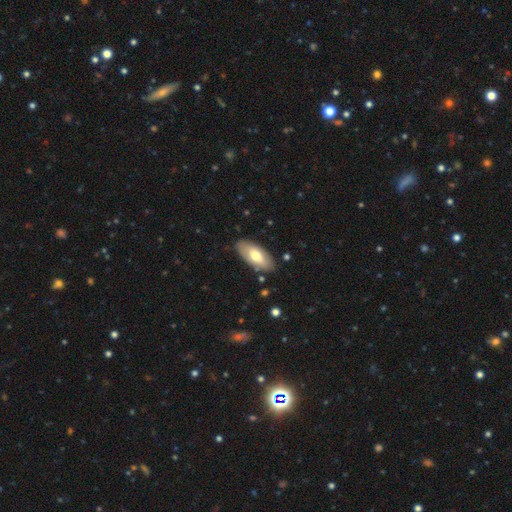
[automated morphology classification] Q: Smooth or featured?
A: smooth (66%); runner-up: featured or disk (29%)
Q: How rounded?
A: in between (90%); runner-up: cigar-shaped (8%)
Q: Merging?
A: none (84%); runner-up: minor disturbance (12%)